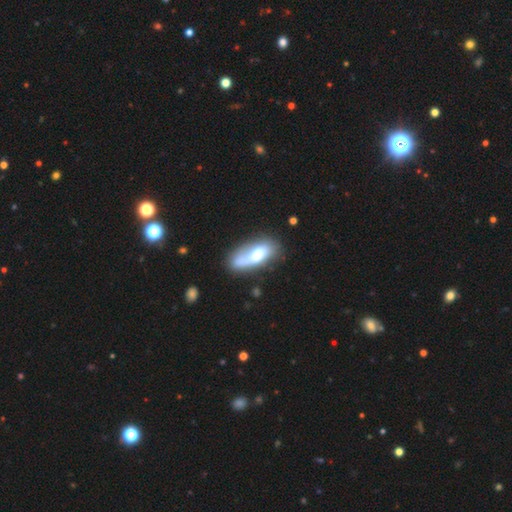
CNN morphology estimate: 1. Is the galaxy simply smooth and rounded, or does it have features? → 63% smooth, 30% featured or disk, 7% star or artifact.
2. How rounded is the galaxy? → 76% in between, 21% cigar-shaped, 3% round.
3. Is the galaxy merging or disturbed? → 46% none, 25% minor disturbance, 15% major disturbance, 15% merger.